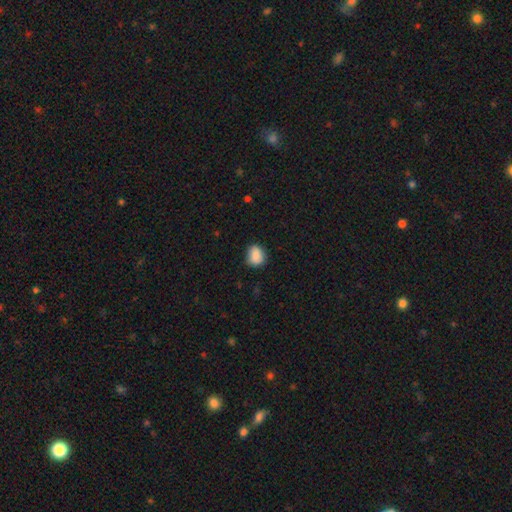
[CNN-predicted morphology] The model was most divided on "how rounded": round: 60%, in between: 39%, cigar-shaped: 1%. More confident: smooth or featured — smooth (86%); merging — none (76%).